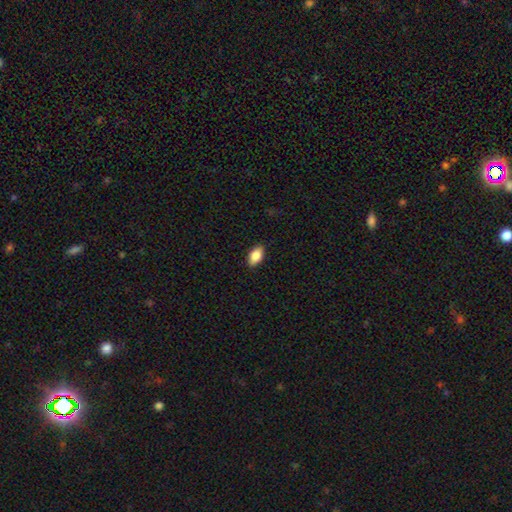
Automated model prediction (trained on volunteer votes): Smooth or featured?
  - smooth: 85% *
  - featured or disk: 8%
  - star or artifact: 7%
How rounded?
  - in between: 92% *
  - round: 5%
  - cigar-shaped: 3%
Merging?
  - none: 89% *
  - minor disturbance: 9%
  - major disturbance: 2%
  - merger: 1%